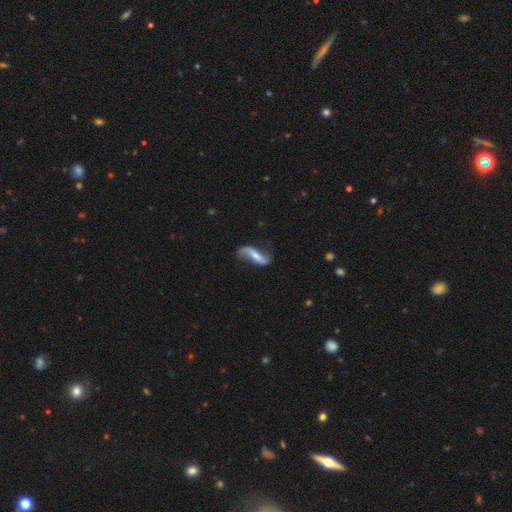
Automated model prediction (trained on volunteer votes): This is likely a featured or disk galaxy (72%). It is clearly not viewed edge-on (85%). Bar: marginally strong (41%). Spiral arm pattern: clearly yes (90%). Spiral arm count: clearly 2 (86%). Spiral winding: clearly loose (86%). Central bulge: possibly small (46%). Merging: likely none (61%).